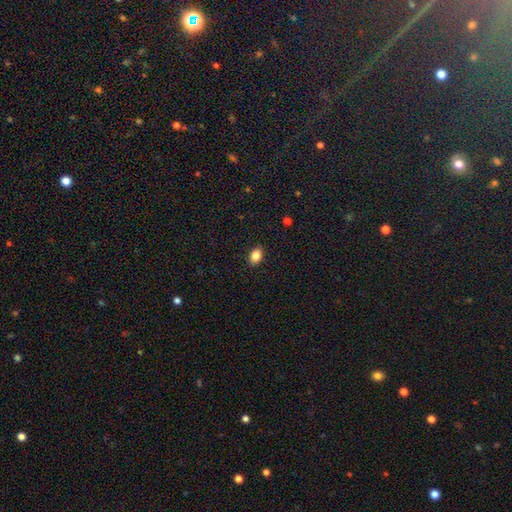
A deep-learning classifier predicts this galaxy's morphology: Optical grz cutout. It shows a smooth galaxy with no disk features (84%) that is in between round and cigar-shaped (81%). Merging: none (89%).